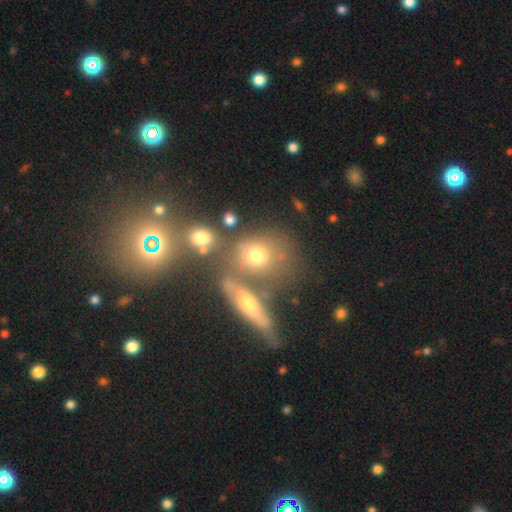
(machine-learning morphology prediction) type=smooth (61%); roundness=round (58%); merging=none (47%).